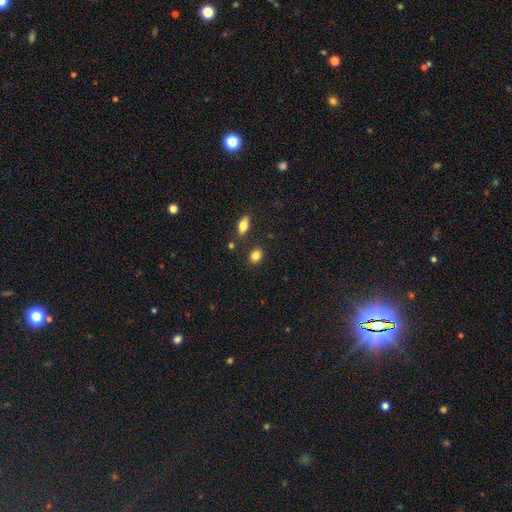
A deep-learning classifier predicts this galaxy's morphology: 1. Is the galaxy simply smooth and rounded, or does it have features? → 85% smooth, 9% star or artifact, 6% featured or disk.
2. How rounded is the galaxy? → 58% in between, 40% round, 2% cigar-shaped.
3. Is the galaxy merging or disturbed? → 84% none, 9% minor disturbance, 5% merger, 2% major disturbance.